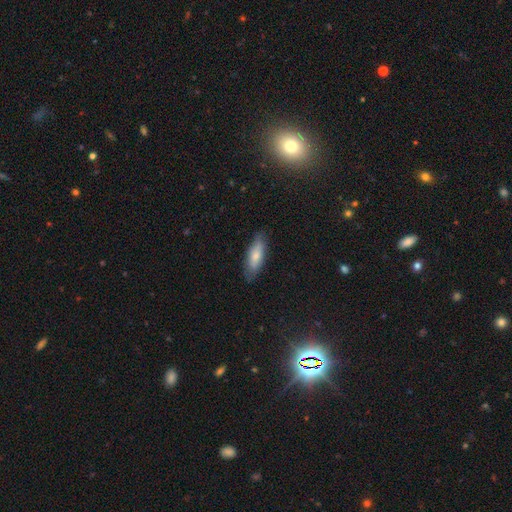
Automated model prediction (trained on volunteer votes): Q: Smooth or featured?
A: smooth (75%); runner-up: featured or disk (20%)
Q: How rounded?
A: in between (63%); runner-up: cigar-shaped (36%)
Q: Merging?
A: none (79%); runner-up: minor disturbance (16%)